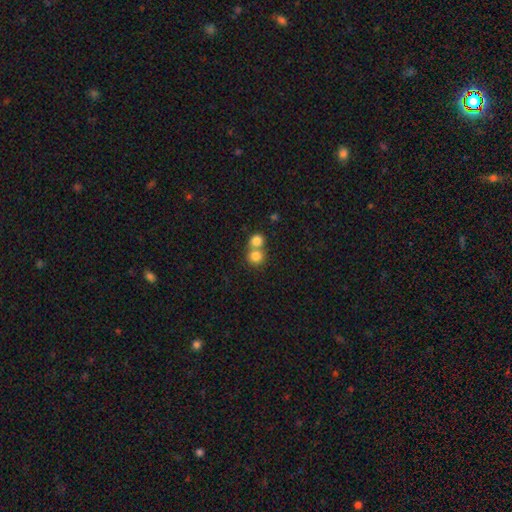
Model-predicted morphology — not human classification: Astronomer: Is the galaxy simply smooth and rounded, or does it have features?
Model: smooth — 81%.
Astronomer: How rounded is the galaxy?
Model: round — 84%.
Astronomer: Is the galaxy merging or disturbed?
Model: merger — 53% (runner-up: none, 40%).